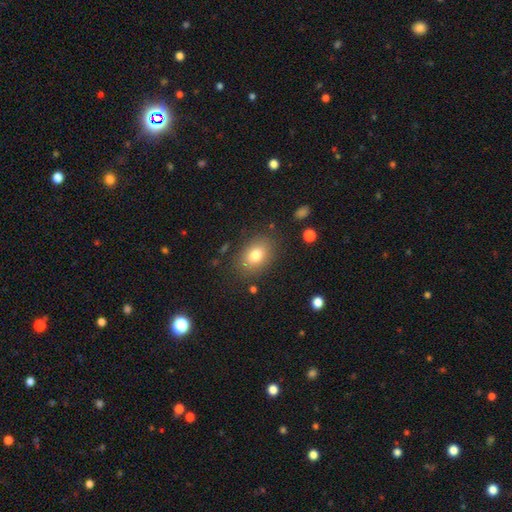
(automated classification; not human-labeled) Smooth or featured? smooth (78%)
How rounded? in between (72%)
Merging? none (83%)